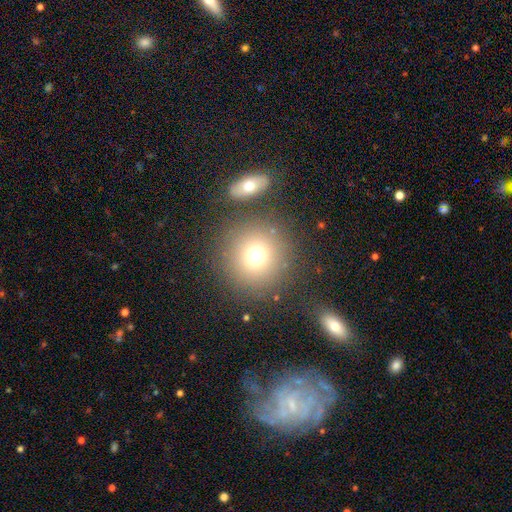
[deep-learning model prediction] Smooth or featured: smooth — 74% (star or artifact — 14%)
How rounded: round — 92% (in between — 7%)
Merging: none — 79% (merger — 9%)